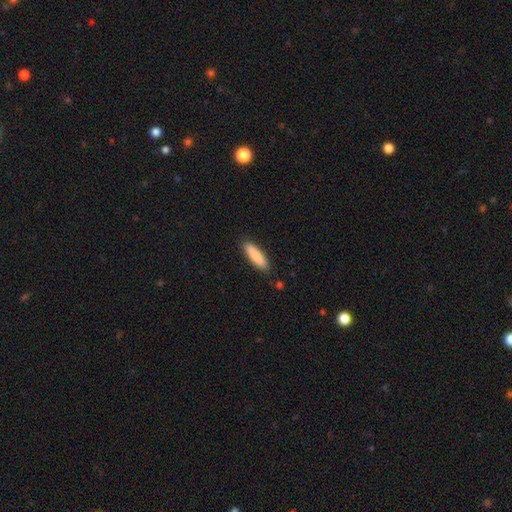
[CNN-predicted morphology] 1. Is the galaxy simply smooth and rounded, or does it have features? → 86% smooth, 9% featured or disk, 5% star or artifact.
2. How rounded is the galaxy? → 63% cigar-shaped, 36% in between, 1% round.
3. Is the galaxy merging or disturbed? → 88% none, 9% minor disturbance, 2% major disturbance, 1% merger.